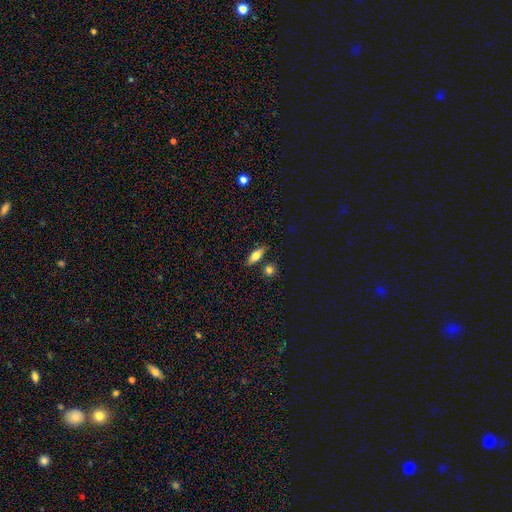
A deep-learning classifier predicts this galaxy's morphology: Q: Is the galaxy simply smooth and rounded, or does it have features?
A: smooth — 72%.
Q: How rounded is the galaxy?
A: in between — 71%.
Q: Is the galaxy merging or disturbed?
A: none — 78%.